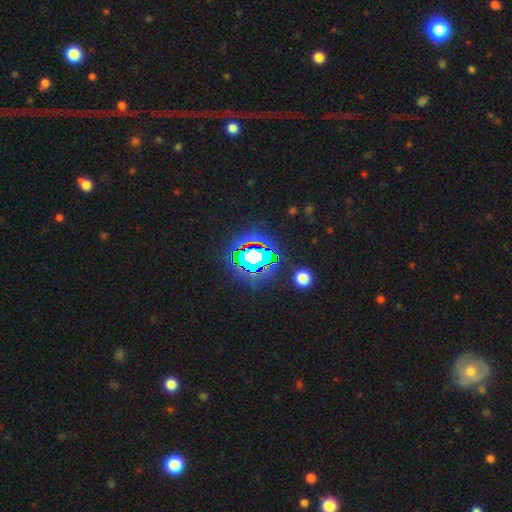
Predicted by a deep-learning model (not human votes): Morphology: type=star or artifact (74%).